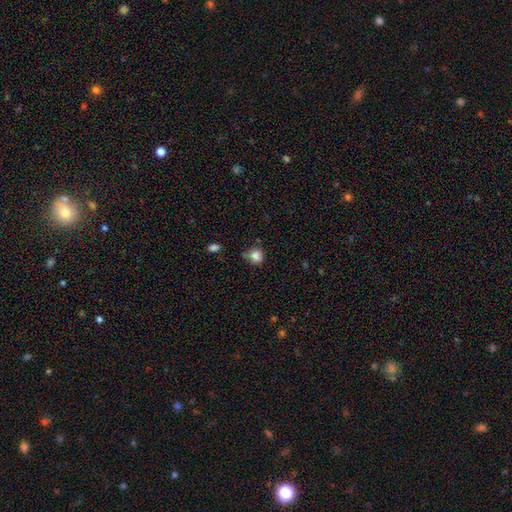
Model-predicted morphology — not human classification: The model was most divided on "merging": none: 65%, minor disturbance: 24%, major disturbance: 6%, merger: 6%. More confident: how rounded — round (87%); smooth or featured — smooth (83%).